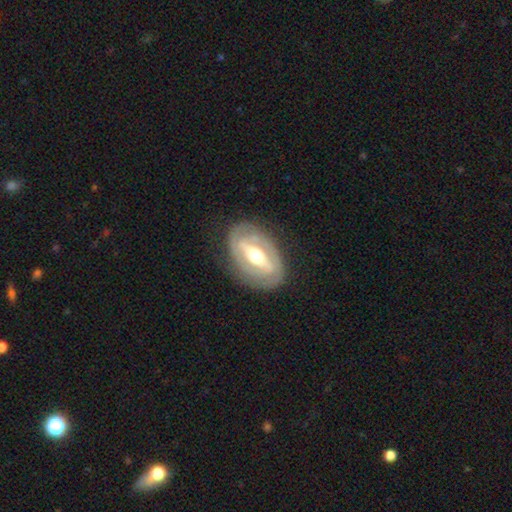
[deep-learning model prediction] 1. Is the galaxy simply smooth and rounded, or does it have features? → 78% featured or disk, 17% smooth, 5% star or artifact.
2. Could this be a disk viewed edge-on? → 92% no, 8% yes.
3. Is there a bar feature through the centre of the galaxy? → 59% strong, 27% weak, 14% no.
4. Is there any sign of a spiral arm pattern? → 68% yes, 32% no.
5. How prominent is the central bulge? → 71% moderate, 14% large, 13% small, 1% dominant, 1% none.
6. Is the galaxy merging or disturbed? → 81% none, 13% minor disturbance, 5% major disturbance, 1% merger.